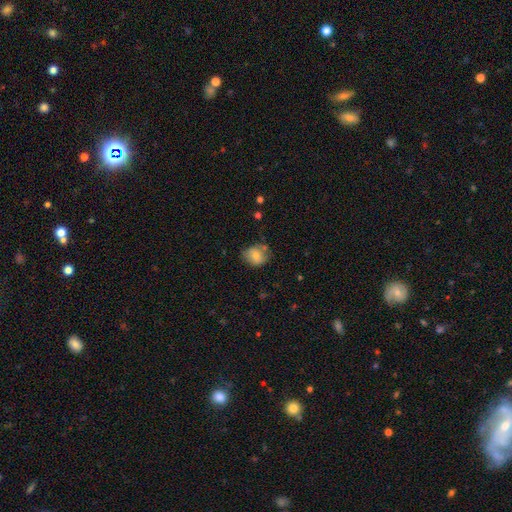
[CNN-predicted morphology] Smooth or featured? Predicted: smooth (p=0.76). How rounded? Predicted: round (p=0.62). Merging? Predicted: none (p=0.65).